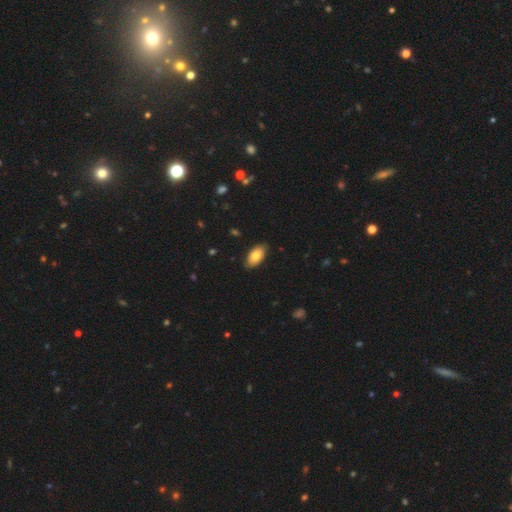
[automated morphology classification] The model was most divided on "smooth or featured": smooth: 82%, featured or disk: 11%, star or artifact: 7%. More confident: how rounded — in between (94%); merging — none (86%).